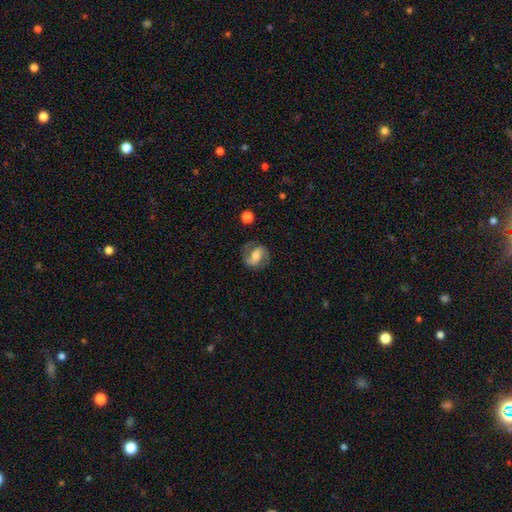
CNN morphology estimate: Smooth or featured?
  - featured or disk: 66% *
  - smooth: 27%
  - star or artifact: 7%
Edge-on disk?
  - no: 96% *
  - yes: 4%
Bar?
  - strong: 40% *
  - weak: 37%
  - no: 23%
Spiral arms?
  - yes: 87% *
  - no: 13%
Spiral winding?
  - medium: 49% *
  - tight: 28%
  - loose: 23%
Spiral arm count?
  - 2: 87% *
  - can't tell: 6%
  - 1: 4%
  - 3: 1%
  - 4: 1%
  - more than 4: 1%
Bulge size?
  - moderate: 55% *
  - small: 28%
  - large: 12%
  - none: 4%
  - dominant: 2%
Merging?
  - none: 76% *
  - minor disturbance: 15%
  - major disturbance: 7%
  - merger: 2%